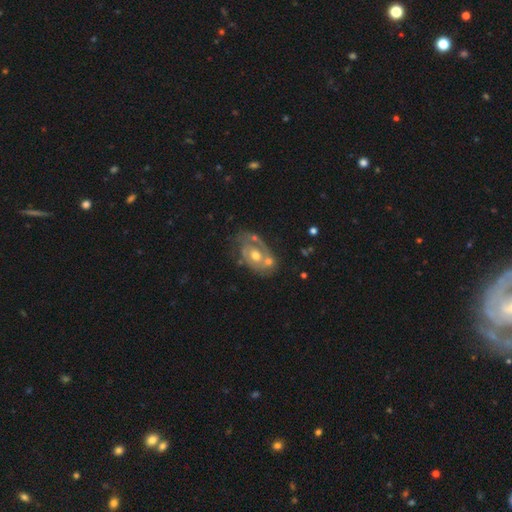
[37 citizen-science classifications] Volunteers were most divided on "spiral arm count": 2: 47%, 1: 44%, can't tell: 9%, 3: 0%, 4: 0%, more than 4: 0%. More confident: edge-on disk — no (100%); spiral arms — yes (97%); smooth or featured — featured or disk (89%); bar — no (85%); spiral winding — tight (72%); bulge size — moderate (70%); merging — none (64%).